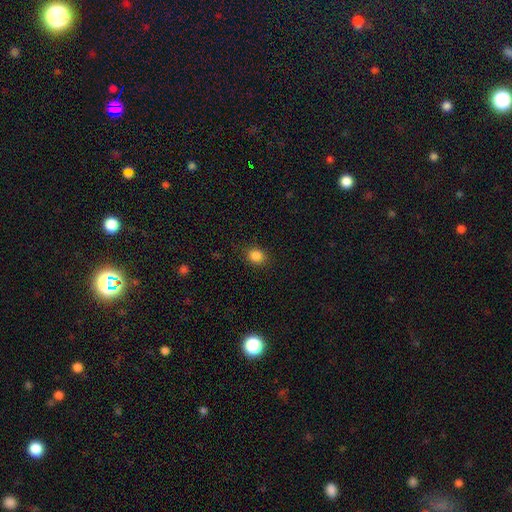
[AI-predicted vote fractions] smooth_or_featured: smooth (p=0.85) [alt: star or artifact p=0.11]
how_rounded: round (p=0.61) [alt: in between p=0.38]
merging: none (p=0.87) [alt: minor disturbance p=0.09]